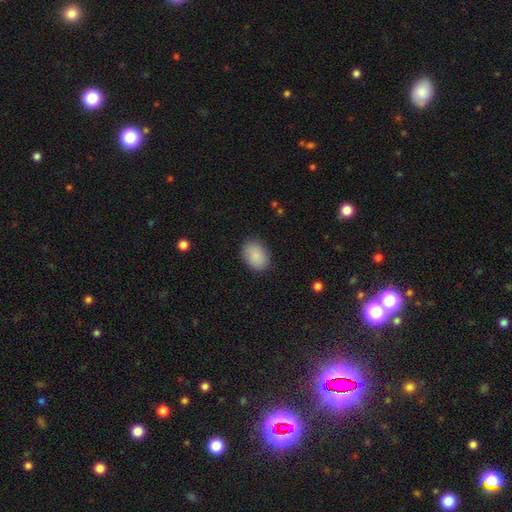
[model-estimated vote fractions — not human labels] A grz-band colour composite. It shows a smooth galaxy with no disk features (88%) that is in between round and cigar-shaped (79%). Merging: none (86%).